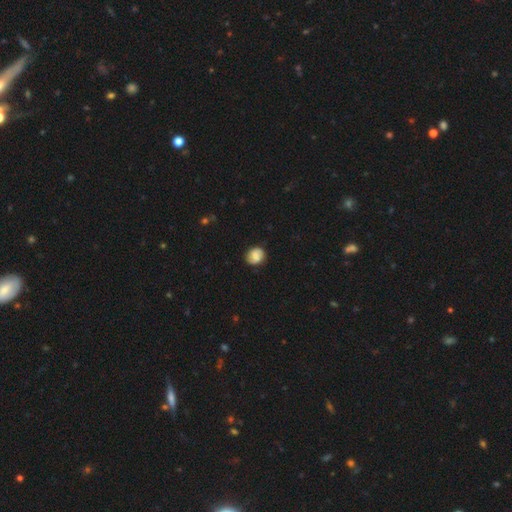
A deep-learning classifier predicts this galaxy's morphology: A smooth galaxy with no disk features (71%) that is round (71%). Merging: none (83%).